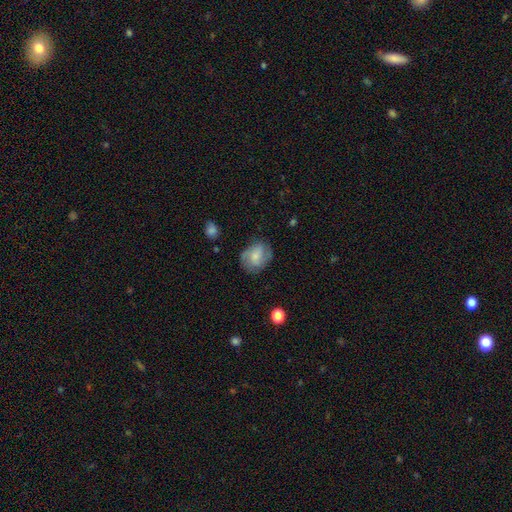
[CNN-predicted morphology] Smooth or featured?
  - smooth: 58% *
  - featured or disk: 34%
  - star or artifact: 8%
How rounded?
  - round: 50% *
  - in between: 49%
  - cigar-shaped: 1%
Merging?
  - none: 67% *
  - minor disturbance: 22%
  - major disturbance: 9%
  - merger: 2%